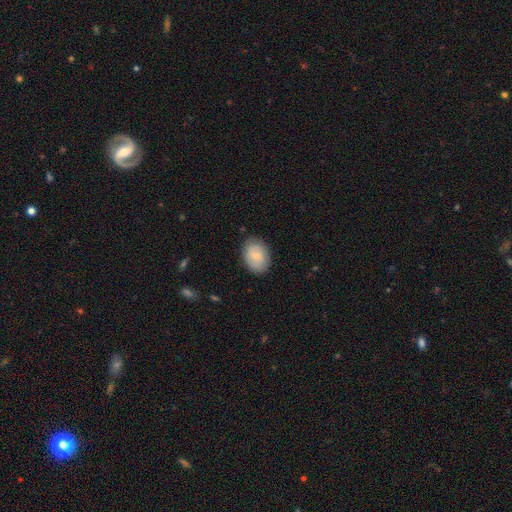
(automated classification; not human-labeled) Q: Smooth or featured?
A: smooth (78%); runner-up: featured or disk (16%)
Q: How rounded?
A: in between (77%); runner-up: round (22%)
Q: Merging?
A: none (83%); runner-up: minor disturbance (13%)